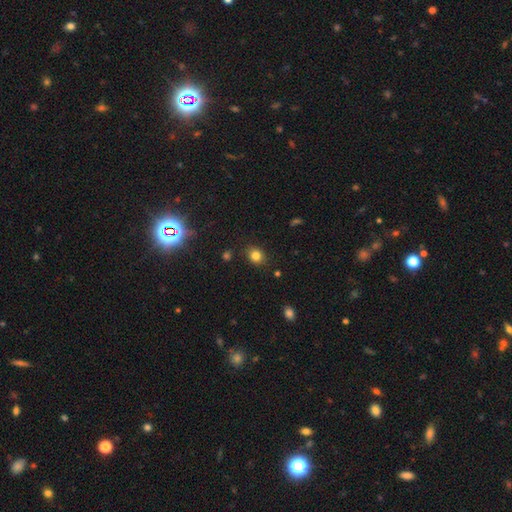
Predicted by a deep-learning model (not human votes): This is likely a smooth galaxy (80%). How rounded: likely round (66%). Merging: clearly none (85%).